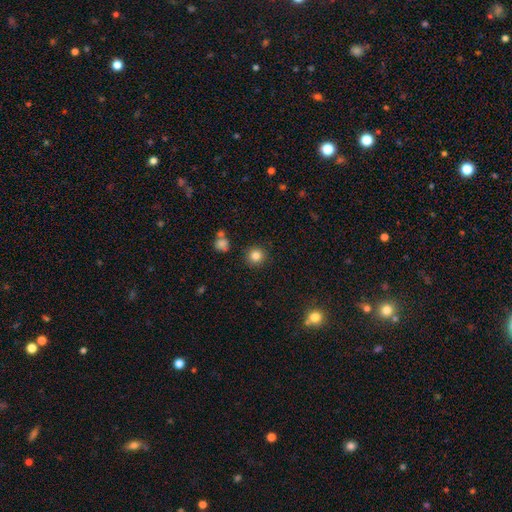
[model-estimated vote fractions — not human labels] The model was most divided on "smooth or featured": smooth: 83%, star or artifact: 12%, featured or disk: 5%. More confident: how rounded — round (94%); merging — none (90%).